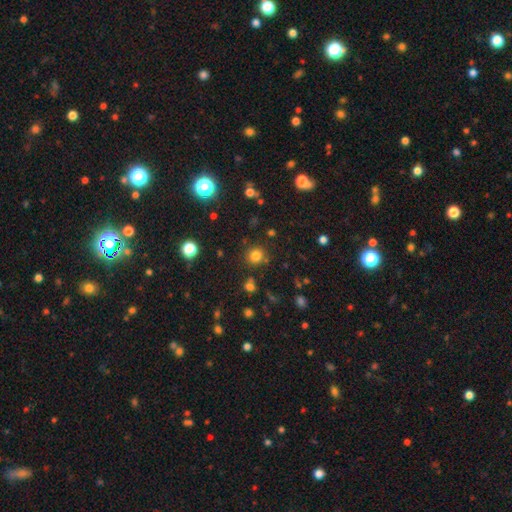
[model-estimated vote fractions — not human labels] Smooth or featured?
  - smooth: 78% *
  - star or artifact: 16%
  - featured or disk: 6%
How rounded?
  - round: 90% *
  - in between: 9%
  - cigar-shaped: 1%
Merging?
  - none: 84% *
  - minor disturbance: 8%
  - merger: 5%
  - major disturbance: 3%